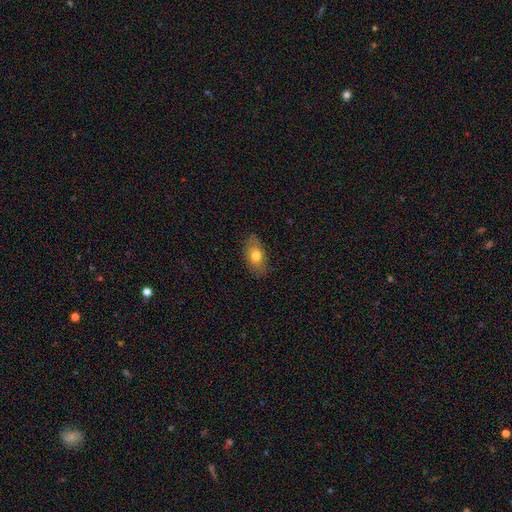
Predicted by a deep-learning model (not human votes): Morphology: type=smooth (74%); roundness=in between (86%); merging=none (80%).